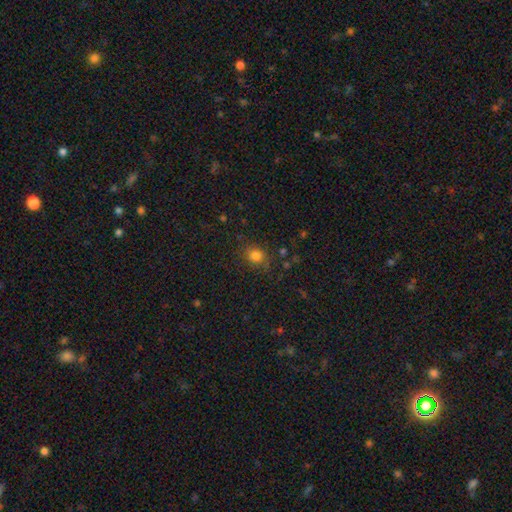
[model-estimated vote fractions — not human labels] Overall: smooth (78%). How rounded: round (65%; in between 34%). Merging: none (79%).